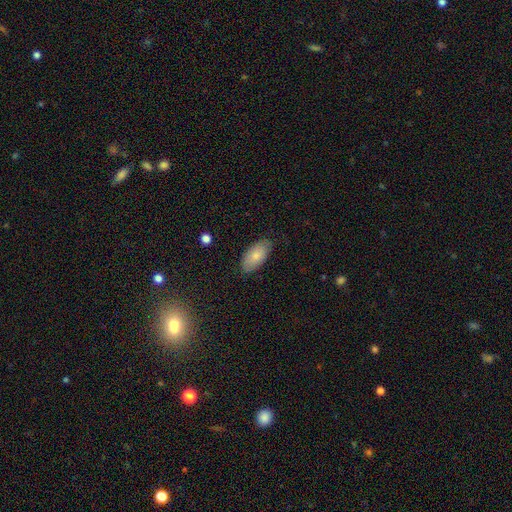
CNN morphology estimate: This appears to be a smooth galaxy with no disk features (78%) that is in between round and cigar-shaped (94%). Merging: none (77%).